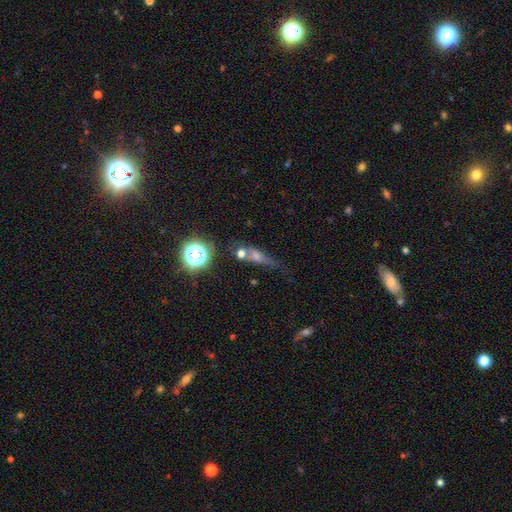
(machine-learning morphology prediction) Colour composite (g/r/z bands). It shows a smooth galaxy with no disk features (42%). Merging: none (52%).